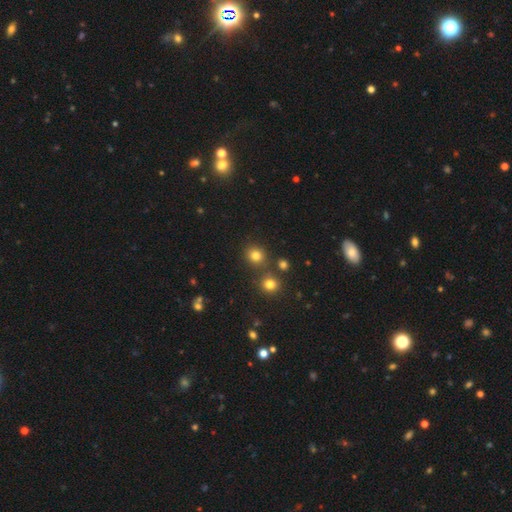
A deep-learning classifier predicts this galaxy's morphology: This is likely a smooth galaxy (79%). How rounded: clearly round (86%). Merging: likely none (79%).